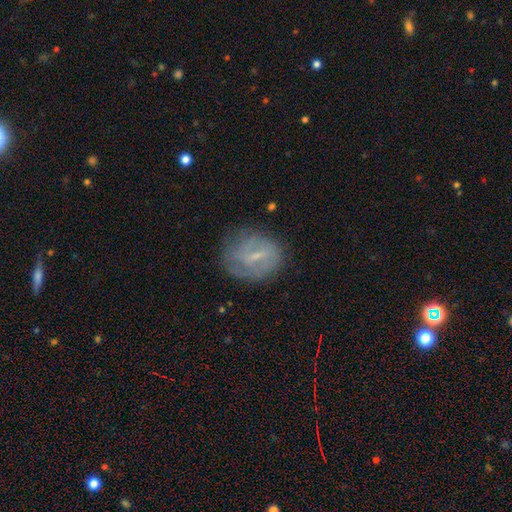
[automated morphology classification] smooth_or_featured: featured or disk (p=0.60) [alt: smooth p=0.30]
disk_edge_on: no (p=0.95) [alt: yes p=0.05]
bar: weak (p=0.53) [alt: strong p=0.28]
has_spiral_arms: yes (p=0.66) [alt: no p=0.34]
bulge_size: small (p=0.60) [alt: moderate p=0.19]
merging: none (p=0.65) [alt: minor disturbance p=0.22]